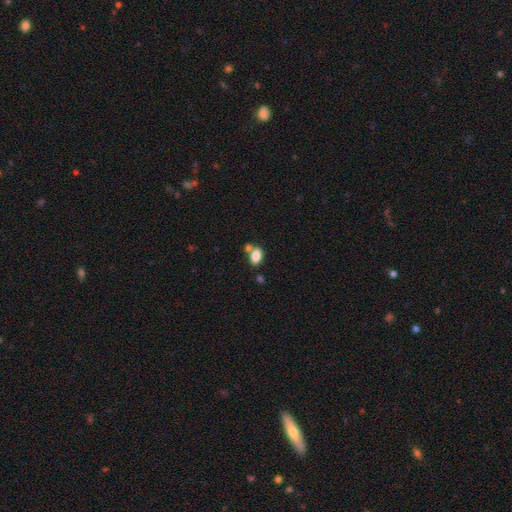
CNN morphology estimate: Q: Smooth or featured?
A: smooth (84%); runner-up: star or artifact (9%)
Q: How rounded?
A: in between (88%); runner-up: round (10%)
Q: Merging?
A: none (56%); runner-up: merger (29%)